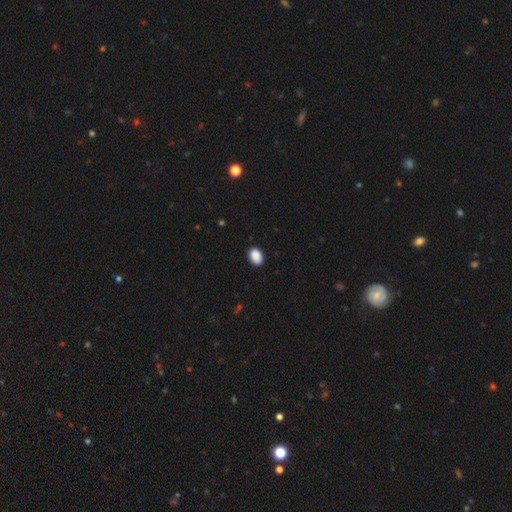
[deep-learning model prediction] Smooth or featured: smooth — 90% (star or artifact — 8%)
How rounded: in between — 79% (round — 20%)
Merging: none — 87% (minor disturbance — 10%)